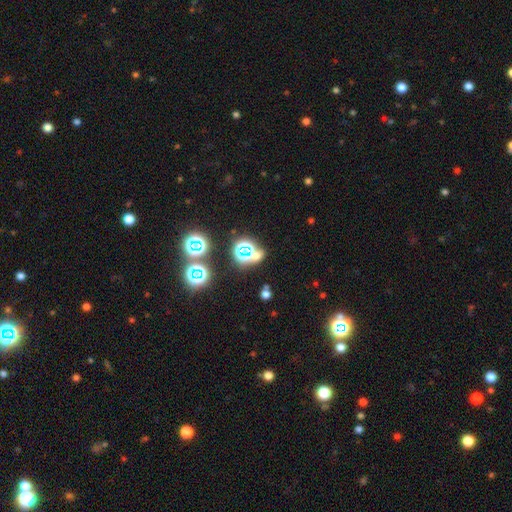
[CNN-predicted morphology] A star or artifact, not a galaxy (53%).

Vote fractions:
- Smooth or featured? star or artifact: 53% / smooth: 36% / featured or disk: 11%